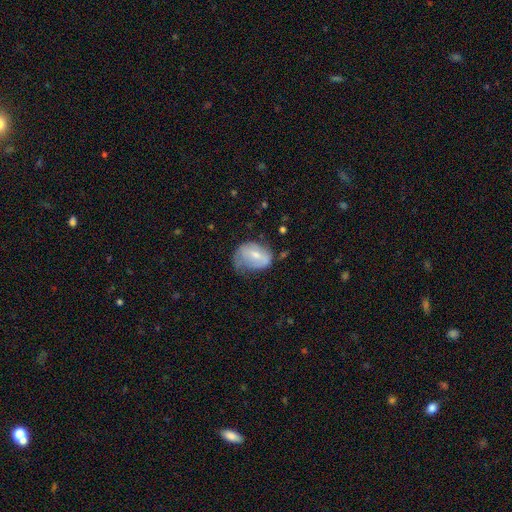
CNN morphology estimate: This appears to be a smooth galaxy with no disk features (55%) that is in between round and cigar-shaped (65%). Merging: minor disturbance (40%).